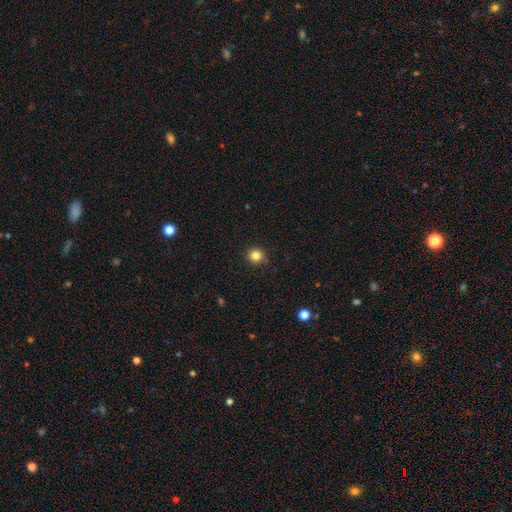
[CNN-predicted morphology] The model was most divided on "smooth or featured": smooth: 83%, star or artifact: 12%, featured or disk: 5%. More confident: how rounded — round (95%); merging — none (91%).